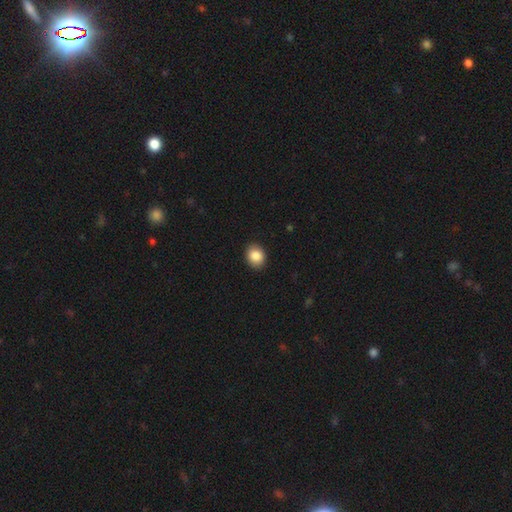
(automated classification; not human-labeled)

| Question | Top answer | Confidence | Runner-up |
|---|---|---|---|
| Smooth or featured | smooth | 87% | star or artifact (8%) |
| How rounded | round | 53% | in between (46%) |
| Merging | none | 90% | minor disturbance (7%) |